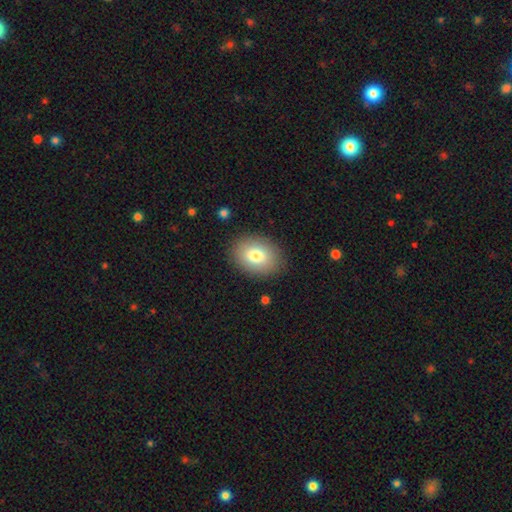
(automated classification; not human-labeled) Morphology: type=smooth (79%); roundness=in between (69%); merging=none (88%).